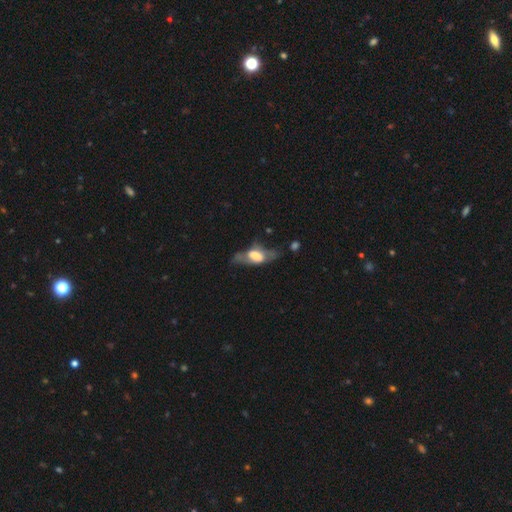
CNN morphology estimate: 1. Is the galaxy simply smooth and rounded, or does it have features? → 50% featured or disk, 42% smooth, 8% star or artifact.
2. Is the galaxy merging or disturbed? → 40% none, 28% major disturbance, 26% minor disturbance, 6% merger.